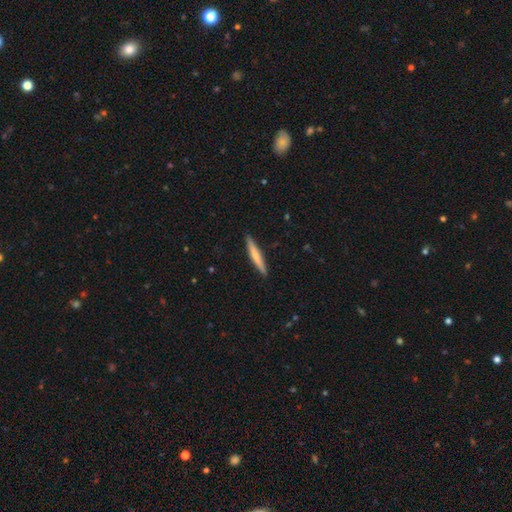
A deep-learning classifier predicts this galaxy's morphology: smooth-or-featured: smooth: 63% | featured or disk: 31% | star or artifact: 5%
  how-rounded: cigar-shaped: 95% | in between: 4% | round: 1%
  merging: none: 91% | minor disturbance: 6% | major disturbance: 1% | merger: 1%